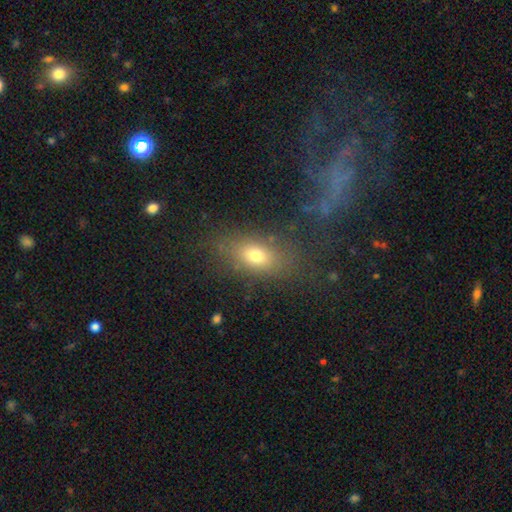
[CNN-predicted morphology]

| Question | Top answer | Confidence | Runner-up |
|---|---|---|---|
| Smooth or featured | smooth | 71% | featured or disk (15%) |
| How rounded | in between | 77% | round (15%) |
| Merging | none | 72% | minor disturbance (14%) |